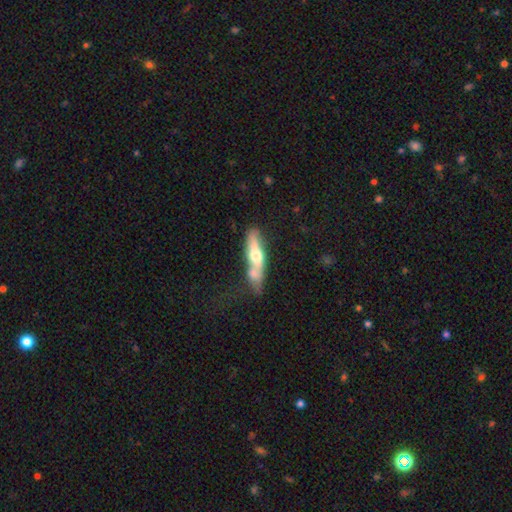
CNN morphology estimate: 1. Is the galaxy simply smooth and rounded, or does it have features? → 48% featured or disk, 46% smooth, 6% star or artifact.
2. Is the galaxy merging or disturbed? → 40% none, 34% merger, 19% minor disturbance, 8% major disturbance.